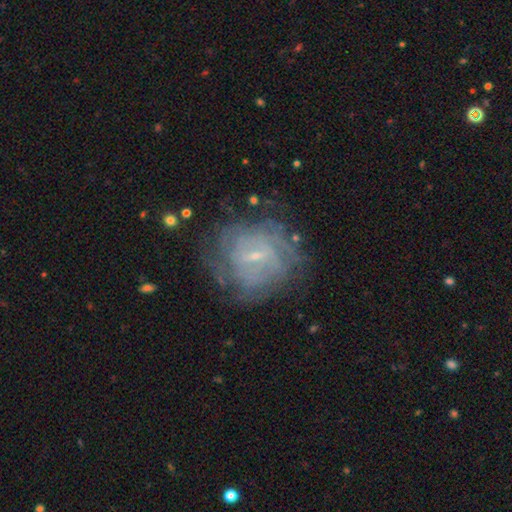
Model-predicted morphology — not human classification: This appears to be a featured or disk galaxy (76%) with a weak bar (55%), tight (67%) spiral arms (83%) and a small central bulge (79%). Merging: none (71%).